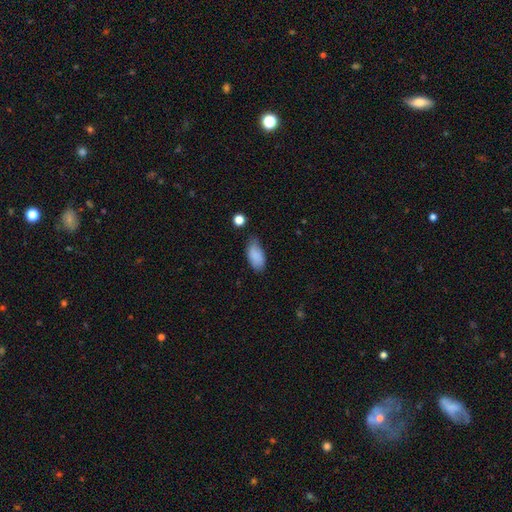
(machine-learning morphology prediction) smooth_or_featured: smooth (p=0.87) [alt: star or artifact p=0.08]
how_rounded: in between (p=0.93) [alt: cigar-shaped p=0.04]
merging: none (p=0.63) [alt: minor disturbance p=0.29]